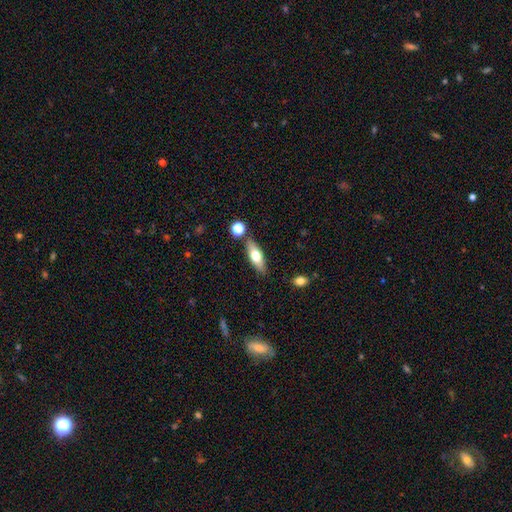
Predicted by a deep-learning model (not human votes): smooth 62%, featured or disk 31%, star or artifact 7%. Down the decision tree: how rounded — in between (57%); merging — none (81%).